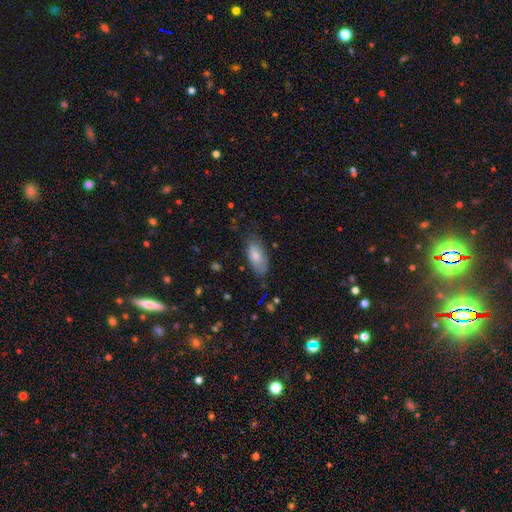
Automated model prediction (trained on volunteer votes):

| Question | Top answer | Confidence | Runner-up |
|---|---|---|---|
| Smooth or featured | smooth | 80% | featured or disk (13%) |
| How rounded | in between | 88% | cigar-shaped (10%) |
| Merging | none | 70% | minor disturbance (23%) |